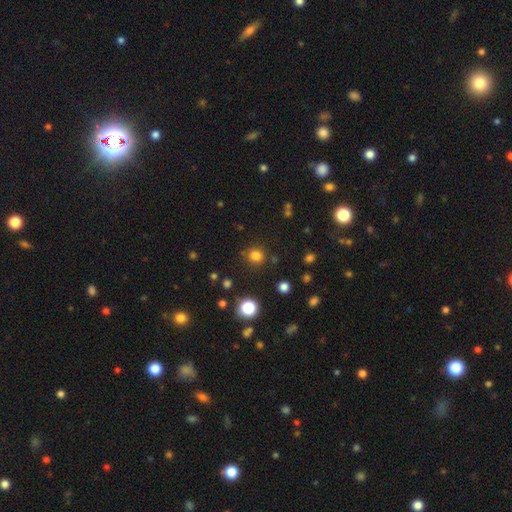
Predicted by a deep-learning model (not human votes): A smooth galaxy with no disk features (80%) that is round (89%). Merging: none (87%).